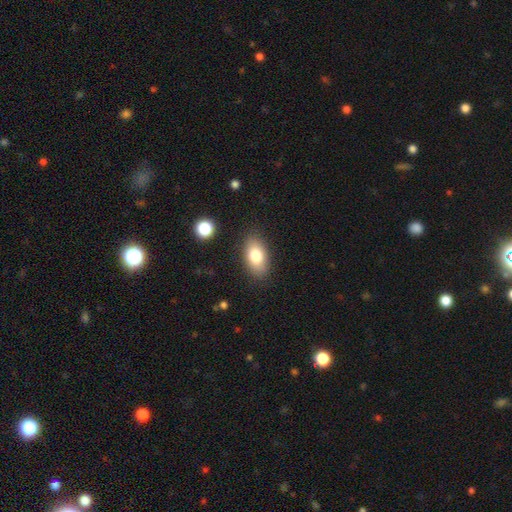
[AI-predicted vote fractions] Smooth or featured?
  - smooth: 78% *
  - featured or disk: 14%
  - star or artifact: 8%
How rounded?
  - in between: 91% *
  - round: 6%
  - cigar-shaped: 3%
Merging?
  - none: 85% *
  - minor disturbance: 10%
  - major disturbance: 3%
  - merger: 1%